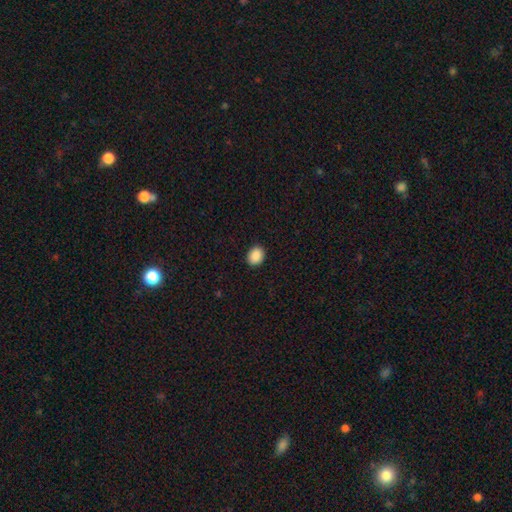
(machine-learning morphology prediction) Smooth or featured? Predicted: smooth (p=0.89). How rounded? Predicted: round (p=0.52). Merging? Predicted: none (p=0.91).